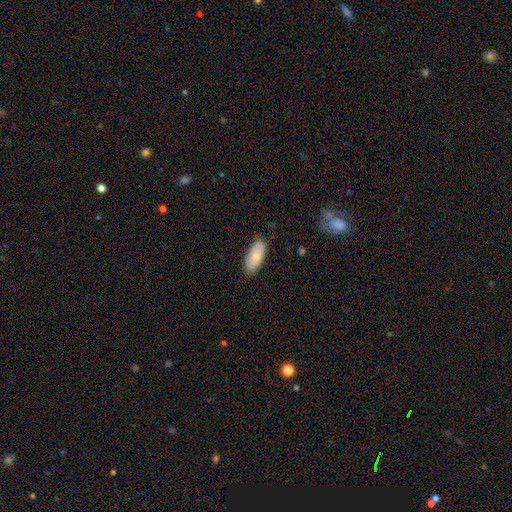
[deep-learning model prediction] Smooth or featured?
  - smooth: 76% *
  - featured or disk: 18%
  - star or artifact: 6%
How rounded?
  - in between: 85% *
  - cigar-shaped: 13%
  - round: 2%
Merging?
  - none: 83% *
  - minor disturbance: 14%
  - major disturbance: 2%
  - merger: 1%